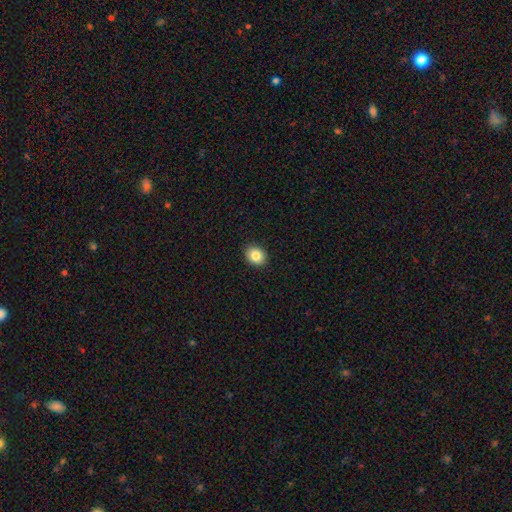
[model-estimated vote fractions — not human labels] Smooth or featured: smooth — 85% (star or artifact — 9%)
How rounded: round — 53% (in between — 46%)
Merging: none — 91% (minor disturbance — 6%)